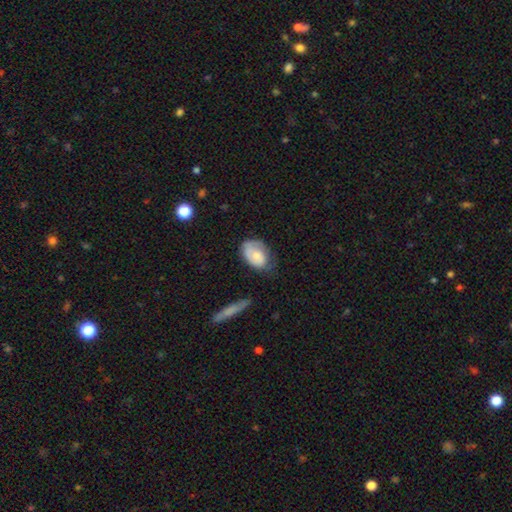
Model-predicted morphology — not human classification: Q: Smooth or featured?
A: smooth (66%); runner-up: featured or disk (28%)
Q: How rounded?
A: in between (85%); runner-up: round (14%)
Q: Merging?
A: none (45%); runner-up: minor disturbance (36%)